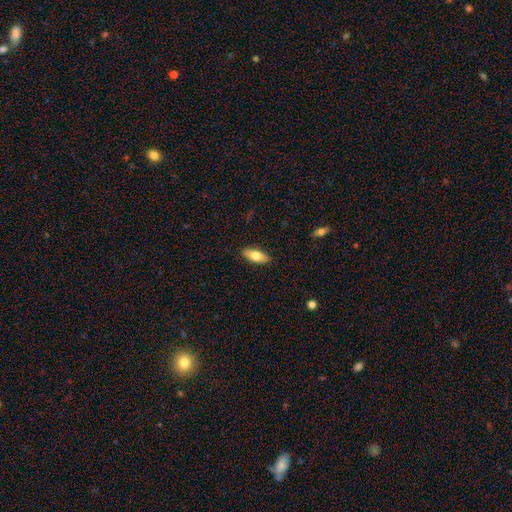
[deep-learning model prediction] Morphology: type=smooth (75%); roundness=in between (80%); merging=none (90%).